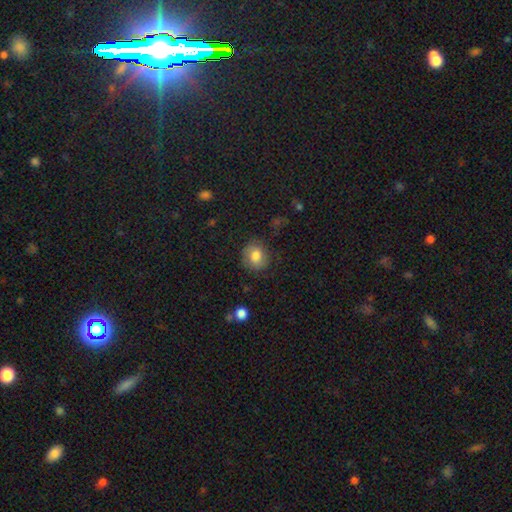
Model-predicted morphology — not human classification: A smooth galaxy with no disk features (78%) that is round (73%). Merging: none (78%).